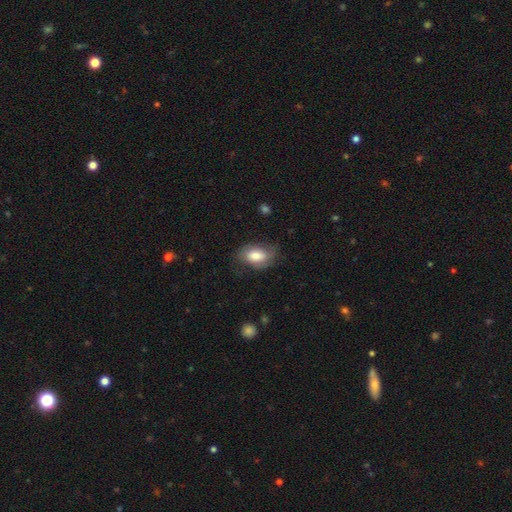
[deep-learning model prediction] Smooth or featured? Predicted: smooth (p=0.69). How rounded? Predicted: in between (p=0.90). Merging? Predicted: none (p=0.64).